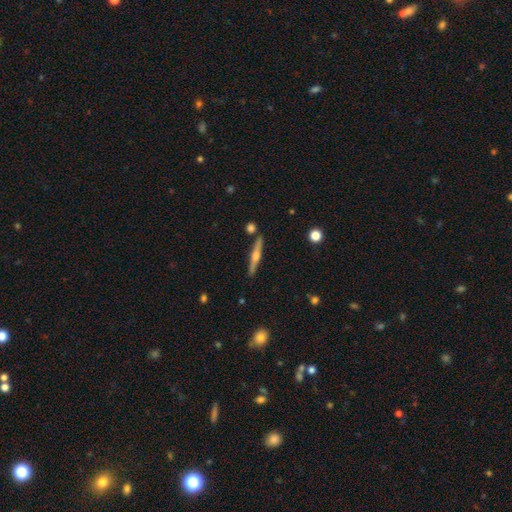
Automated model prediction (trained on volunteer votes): Smooth or featured? Predicted: featured or disk (p=0.67). Edge-on disk? Predicted: yes (p=0.97). Edge-on bulge? Predicted: rounded (p=0.89). Merging? Predicted: none (p=0.86).